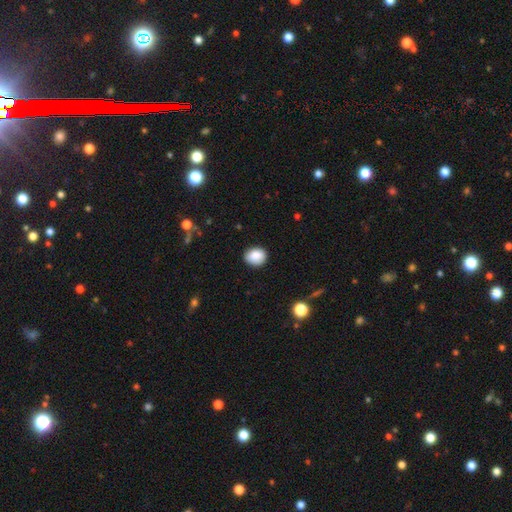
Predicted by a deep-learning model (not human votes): smooth 87%, star or artifact 8%, featured or disk 5%. Down the decision tree: how rounded — round (62%); merging — none (85%).